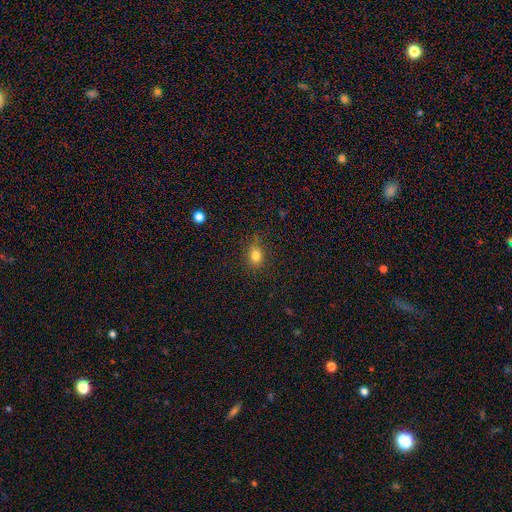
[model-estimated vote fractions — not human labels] Morphology: type=smooth (81%); roundness=in between (51%); merging=none (83%).